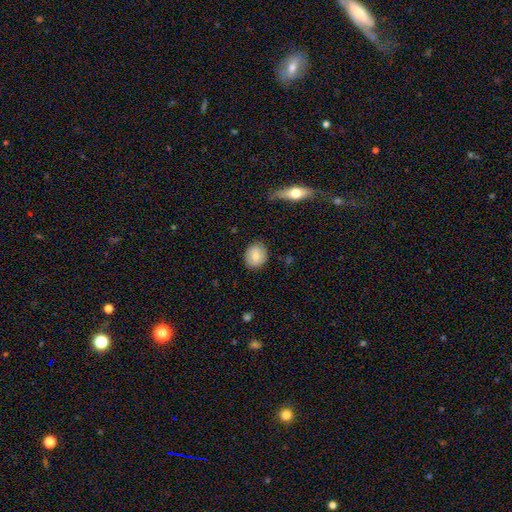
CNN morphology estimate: This is likely a smooth galaxy (76%). How rounded: likely round (73%). Merging: clearly none (84%).